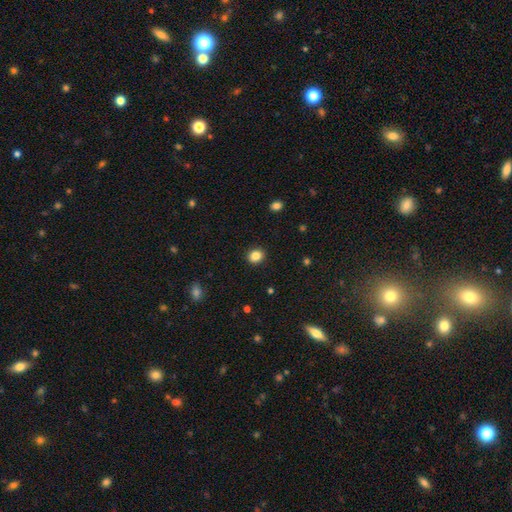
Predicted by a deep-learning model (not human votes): Q: Smooth or featured?
A: smooth (85%); runner-up: star or artifact (10%)
Q: How rounded?
A: round (73%); runner-up: in between (26%)
Q: Merging?
A: none (91%); runner-up: minor disturbance (6%)